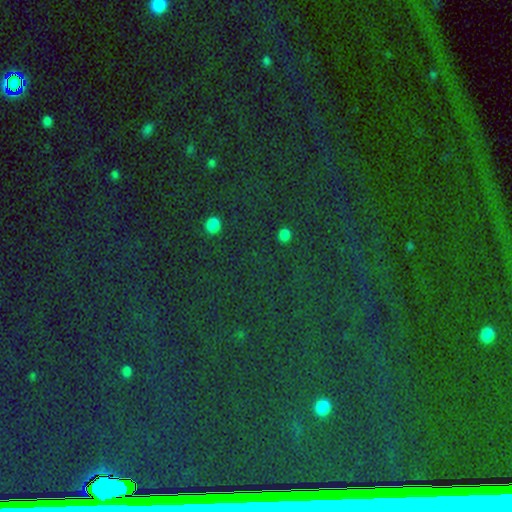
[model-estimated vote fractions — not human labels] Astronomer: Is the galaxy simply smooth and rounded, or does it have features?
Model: star or artifact — 81%.